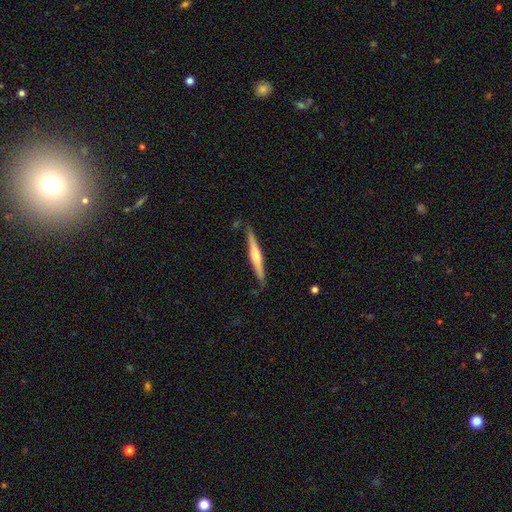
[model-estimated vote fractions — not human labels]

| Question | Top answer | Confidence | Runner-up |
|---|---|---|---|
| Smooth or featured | featured or disk | 57% | smooth (38%) |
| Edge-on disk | yes | 97% | no (3%) |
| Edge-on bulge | rounded | 61% | none (22%) |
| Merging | none | 85% | minor disturbance (12%) |